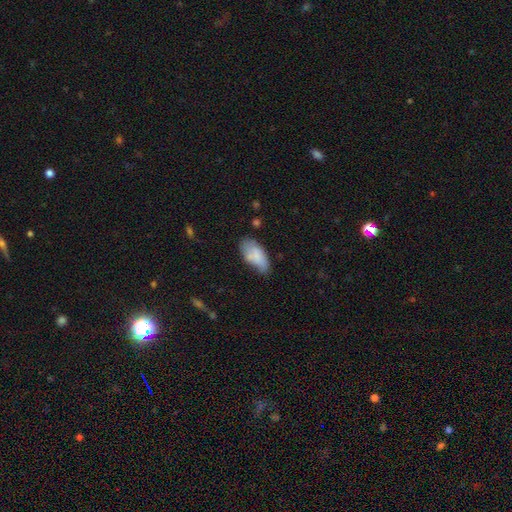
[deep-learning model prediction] smooth 78%, featured or disk 15%, star or artifact 7%. Down the decision tree: how rounded — in between (93%); merging — none (49%).